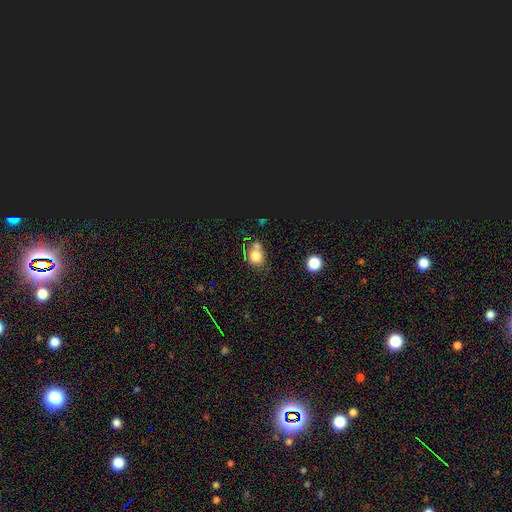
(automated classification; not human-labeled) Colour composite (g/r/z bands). It shows a smooth galaxy with no disk features (74%) that is round (69%). Merging: none (54%).